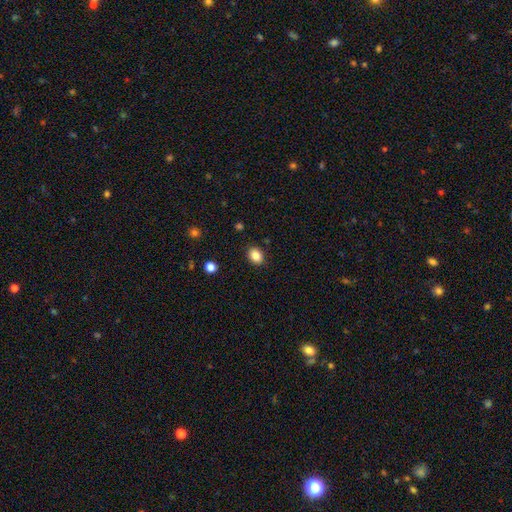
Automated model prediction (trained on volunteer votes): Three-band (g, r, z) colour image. It shows a smooth galaxy with no disk features (86%) that is in between round and cigar-shaped (62%). Merging: none (88%).